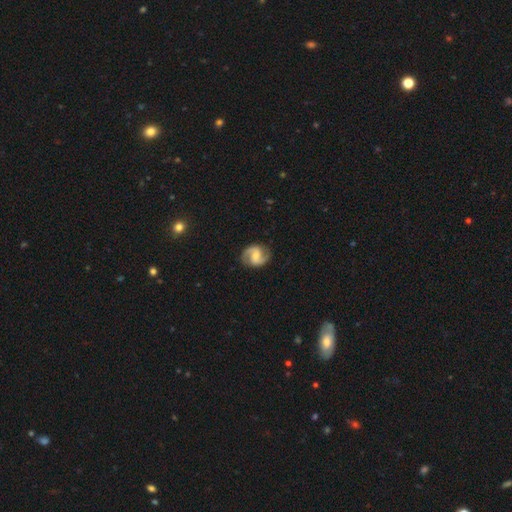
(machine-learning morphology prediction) This appears to be a featured or disk galaxy (86%) with a weak bar (49%), 2 (94%) medium (55%) spiral arms (97%) and a moderate central bulge (43%). Merging: none (85%).